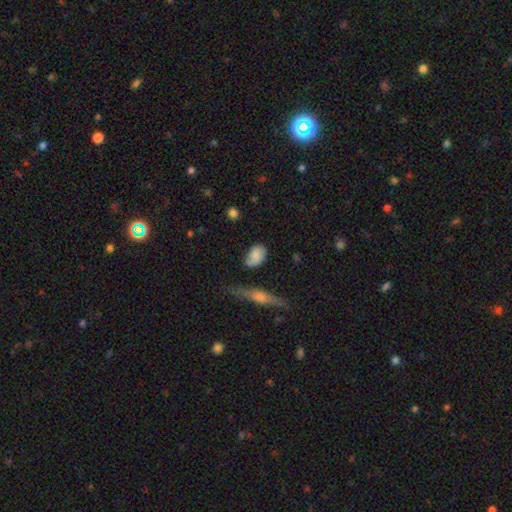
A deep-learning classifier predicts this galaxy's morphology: Smooth or featured: smooth — 72% (featured or disk — 20%)
How rounded: in between — 81% (round — 16%)
Merging: none — 59% (minor disturbance — 29%)